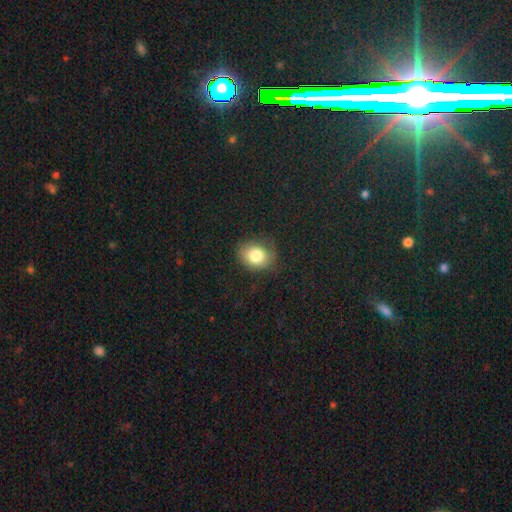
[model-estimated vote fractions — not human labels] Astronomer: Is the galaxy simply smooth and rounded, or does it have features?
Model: smooth — 81%.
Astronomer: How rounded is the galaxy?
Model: in between — 51% (runner-up: round, 48%).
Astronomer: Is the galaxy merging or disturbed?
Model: none — 77%.